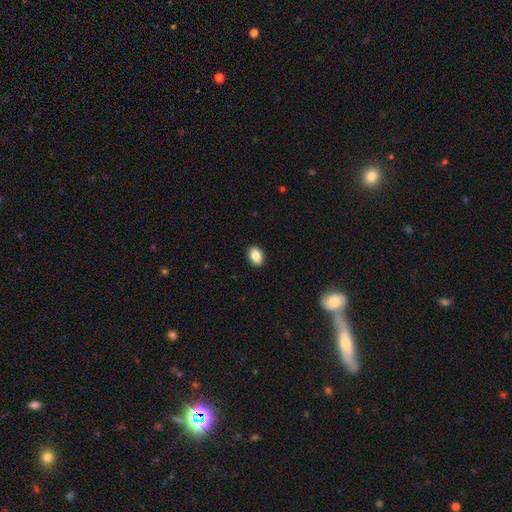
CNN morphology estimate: smooth_or_featured: smooth (p=0.87) [alt: star or artifact p=0.08]
how_rounded: in between (p=0.79) [alt: round p=0.20]
merging: none (p=0.91) [alt: minor disturbance p=0.07]